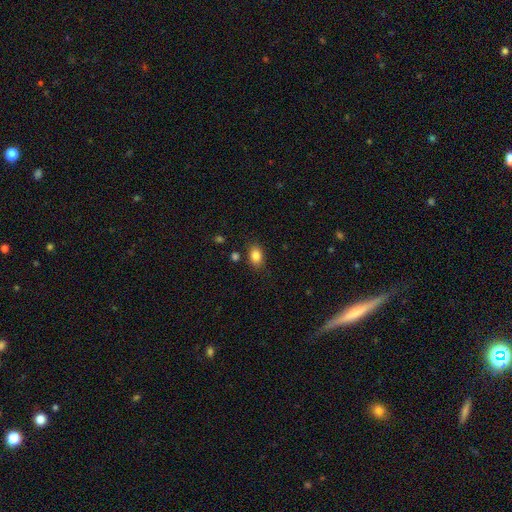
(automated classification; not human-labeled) A smooth galaxy with no disk features (84%) that is in between round and cigar-shaped (77%). Merging: none (83%).